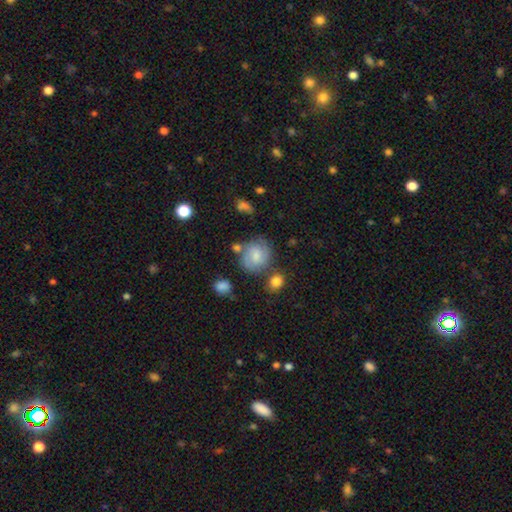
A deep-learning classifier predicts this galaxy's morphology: smooth-or-featured: smooth: 52% | featured or disk: 39% | star or artifact: 9%
  how-rounded: round: 75% | in between: 24% | cigar-shaped: 1%
  merging: none: 61% | minor disturbance: 20% | merger: 10% | major disturbance: 9%